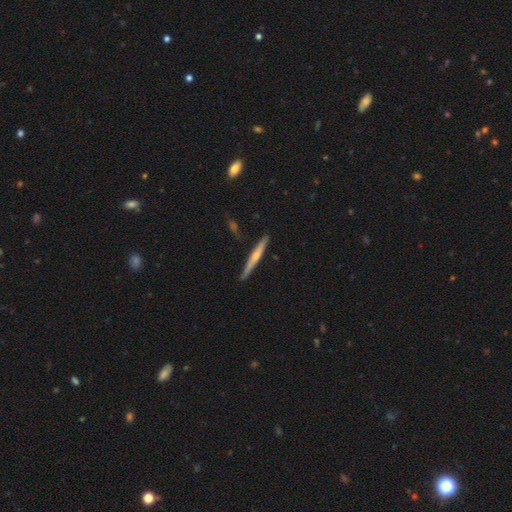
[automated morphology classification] This appears to be a featured or disk galaxy (60%) viewed edge-on (97%) with a rounded central bulge (73%). Merging: none (88%).